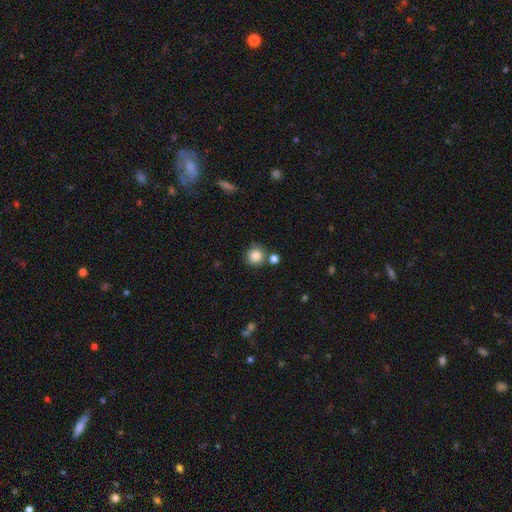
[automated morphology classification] Q: Smooth or featured?
A: smooth (85%); runner-up: star or artifact (9%)
Q: How rounded?
A: round (92%); runner-up: in between (7%)
Q: Merging?
A: none (75%); runner-up: merger (11%)